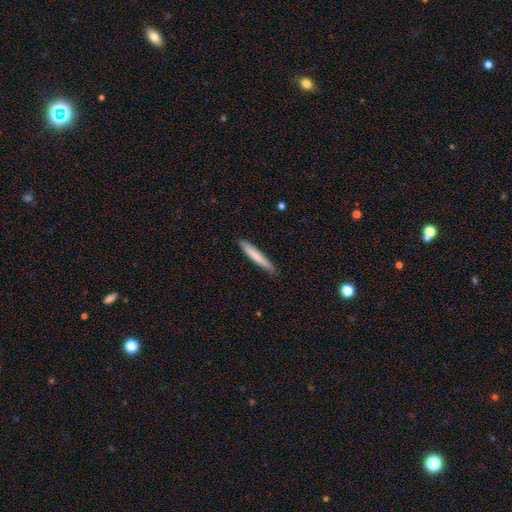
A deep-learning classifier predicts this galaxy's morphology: This is likely a smooth galaxy (74%). How rounded: clearly cigar-shaped (95%). Merging: clearly none (88%).